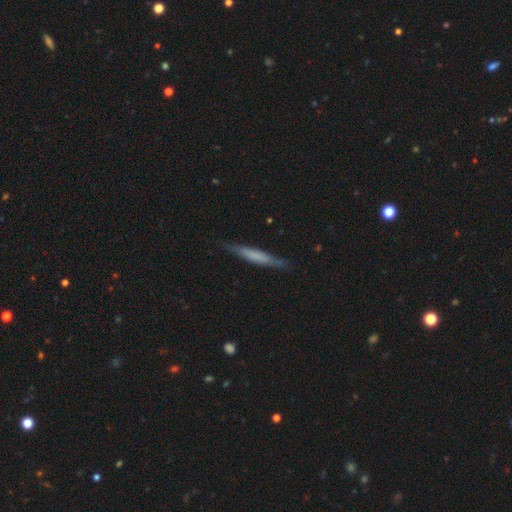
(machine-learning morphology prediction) smooth-or-featured: smooth: 53% | featured or disk: 41% | star or artifact: 6%
  how-rounded: cigar-shaped: 94% | in between: 5% | round: 1%
  merging: none: 84% | minor disturbance: 12% | major disturbance: 2% | merger: 1%